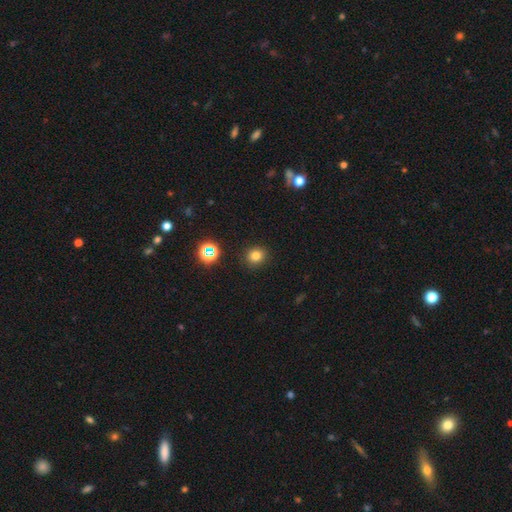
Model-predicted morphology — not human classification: smooth_or_featured: smooth (p=0.77) [alt: star or artifact p=0.17]
how_rounded: round (p=0.79) [alt: in between p=0.20]
merging: none (p=0.89) [alt: minor disturbance p=0.07]